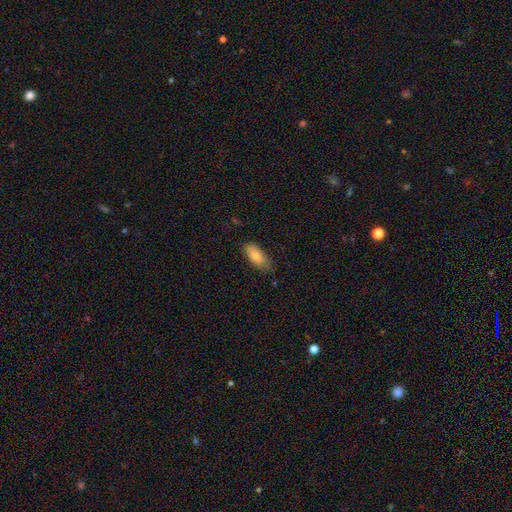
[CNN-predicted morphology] A smooth galaxy with no disk features (82%) that is in between round and cigar-shaped (88%). Merging: none (72%).